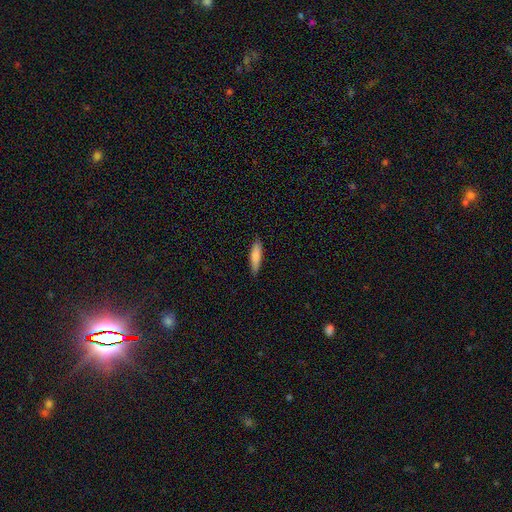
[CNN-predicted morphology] smooth 77%, featured or disk 17%, star or artifact 6%. Down the decision tree: how rounded — cigar-shaped (71%); merging — none (84%).